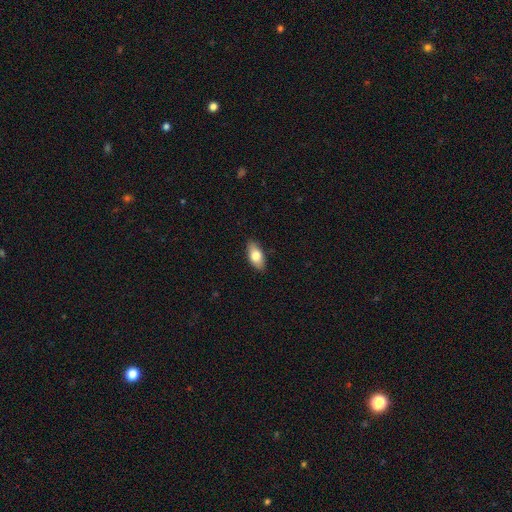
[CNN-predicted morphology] A smooth galaxy with no disk features (76%) that is in between round and cigar-shaped (89%).

Vote fractions:
- Smooth or featured? smooth: 76% / featured or disk: 18% / star or artifact: 6%
- How rounded? in between: 89% / cigar-shaped: 8% / round: 3%
- Merging? none: 88% / minor disturbance: 9% / major disturbance: 2% / merger: 1%